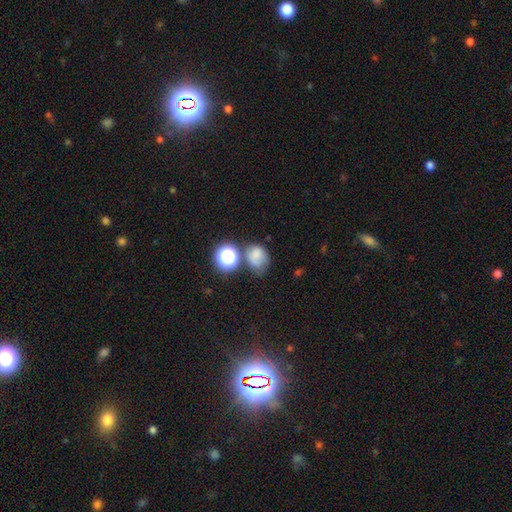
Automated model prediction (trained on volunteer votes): A smooth galaxy with no disk features (70%) that is round (51%). Merging: none (45%).